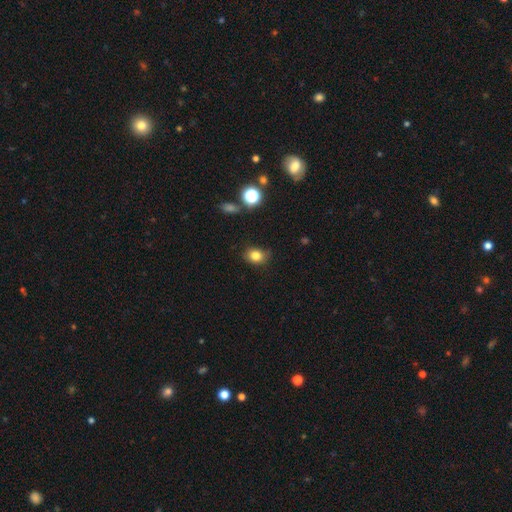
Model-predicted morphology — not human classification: Smooth or featured?
  - smooth: 81% *
  - star or artifact: 12%
  - featured or disk: 7%
How rounded?
  - in between: 57% *
  - round: 42%
  - cigar-shaped: 1%
Merging?
  - none: 78% *
  - minor disturbance: 17%
  - major disturbance: 3%
  - merger: 2%